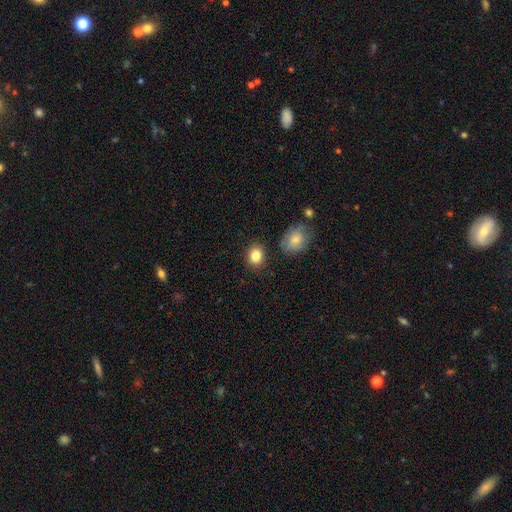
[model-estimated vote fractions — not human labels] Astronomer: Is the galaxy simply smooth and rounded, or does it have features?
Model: smooth — 85%.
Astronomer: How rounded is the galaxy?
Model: round — 52% (runner-up: in between, 47%).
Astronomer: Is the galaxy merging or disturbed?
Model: none — 83%.